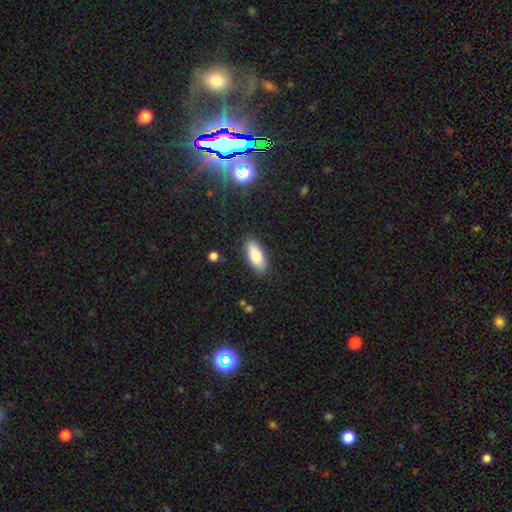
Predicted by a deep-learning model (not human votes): A smooth galaxy with no disk features (85%) that is in between round and cigar-shaped (81%). Merging: none (85%).